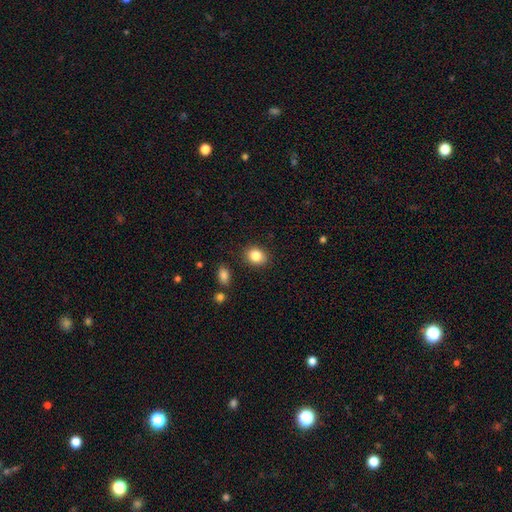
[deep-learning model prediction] Overall: smooth (85%). How rounded: round (51%; in between 48%). Merging: none (87%).